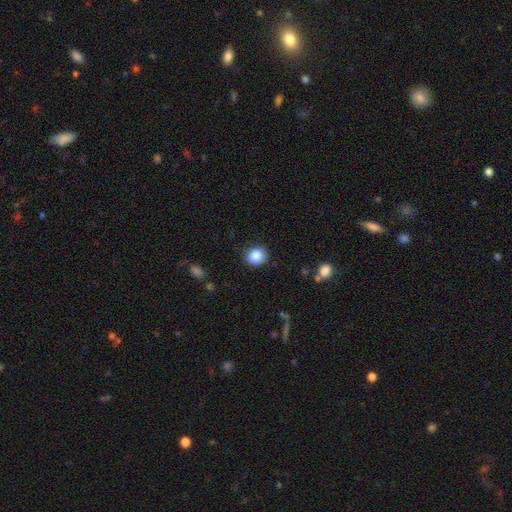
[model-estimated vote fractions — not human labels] Smooth or featured? Predicted: smooth (p=0.85). How rounded? Predicted: round (p=0.77). Merging? Predicted: none (p=0.85).